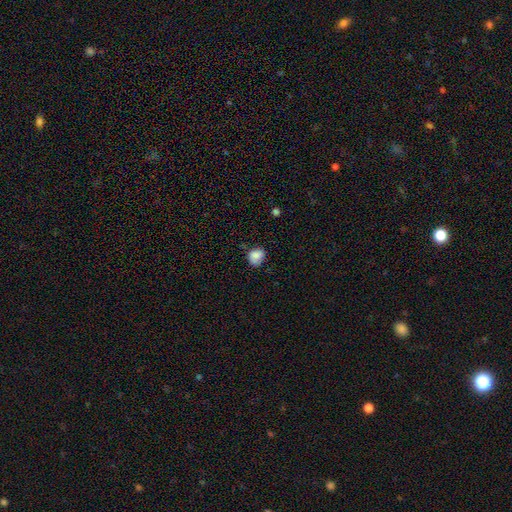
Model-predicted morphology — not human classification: This appears to be a smooth galaxy with no disk features (82%) that is round (63%). Merging: none (61%).